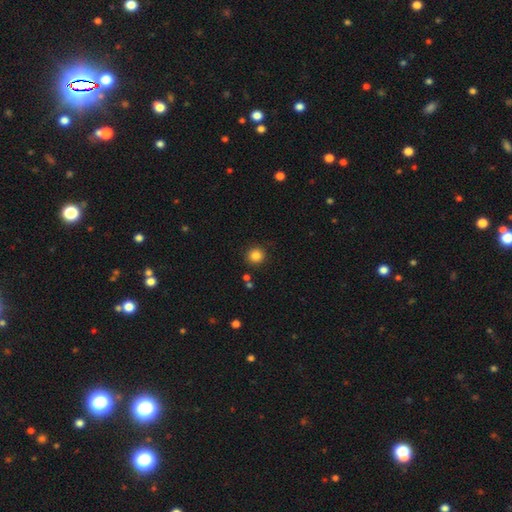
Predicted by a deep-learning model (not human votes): This is clearly a smooth galaxy (84%). How rounded: clearly round (92%). Merging: clearly none (87%).